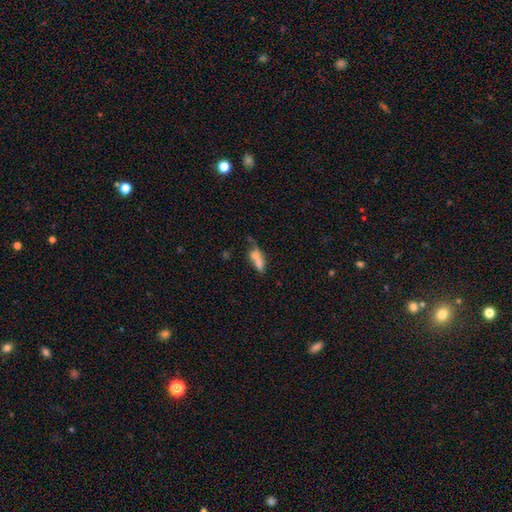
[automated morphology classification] A smooth galaxy with no disk features (63%) that is in between round and cigar-shaped (61%).

Vote fractions:
- Smooth or featured? smooth: 63% / featured or disk: 26% / star or artifact: 11%
- How rounded? in between: 61% / cigar-shaped: 29% / round: 9%
- Merging? merger: 51% / none: 25% / minor disturbance: 13% / major disturbance: 11%